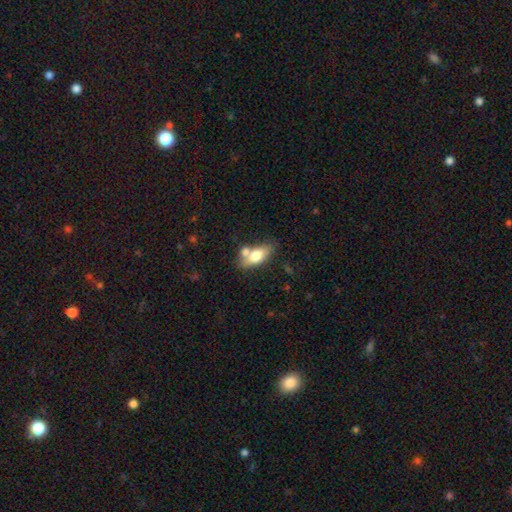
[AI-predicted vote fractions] Smooth or featured?
  - smooth: 66% *
  - featured or disk: 27%
  - star or artifact: 7%
How rounded?
  - in between: 80% *
  - cigar-shaped: 14%
  - round: 6%
Merging?
  - none: 51% *
  - merger: 29%
  - minor disturbance: 15%
  - major disturbance: 5%